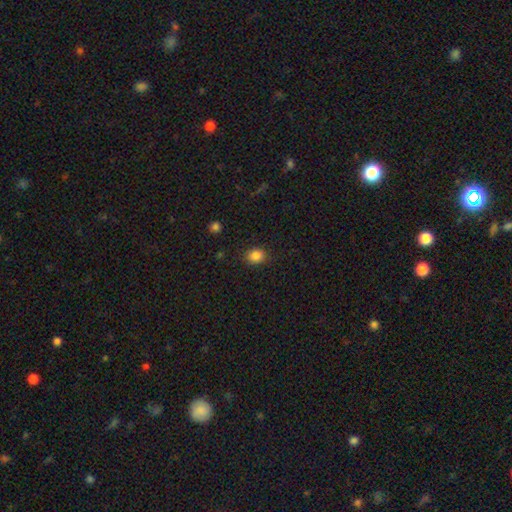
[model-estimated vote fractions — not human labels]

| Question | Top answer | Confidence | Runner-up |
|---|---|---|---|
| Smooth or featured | smooth | 85% | star or artifact (11%) |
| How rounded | round | 58% | in between (41%) |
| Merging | none | 87% | minor disturbance (10%) |